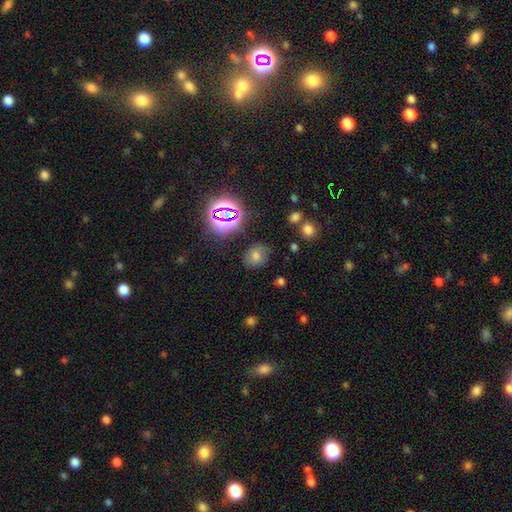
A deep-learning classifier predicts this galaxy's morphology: Smooth or featured: smooth — 54% (star or artifact — 33%)
How rounded: round — 52% (in between — 46%)
Merging: none — 76% (minor disturbance — 16%)